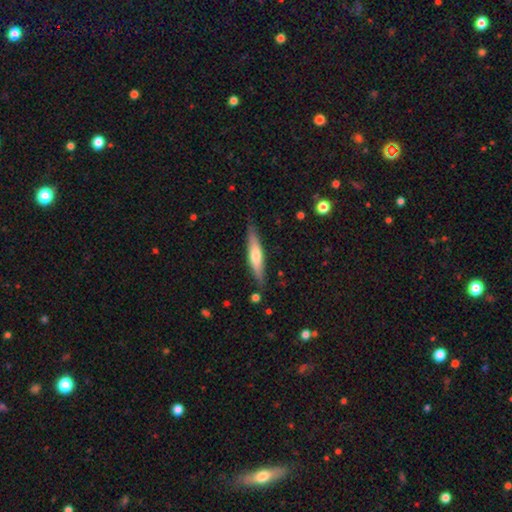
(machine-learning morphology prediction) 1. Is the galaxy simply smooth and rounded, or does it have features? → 50% smooth, 44% featured or disk, 6% star or artifact.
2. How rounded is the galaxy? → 86% cigar-shaped, 13% in between, 1% round.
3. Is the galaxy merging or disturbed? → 84% none, 12% minor disturbance, 2% major disturbance, 2% merger.